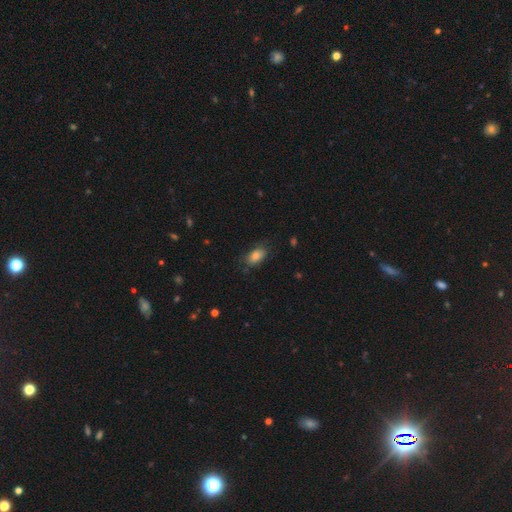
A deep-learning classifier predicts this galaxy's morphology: Smooth or featured? smooth (82%)
How rounded? in between (89%)
Merging? none (73%)